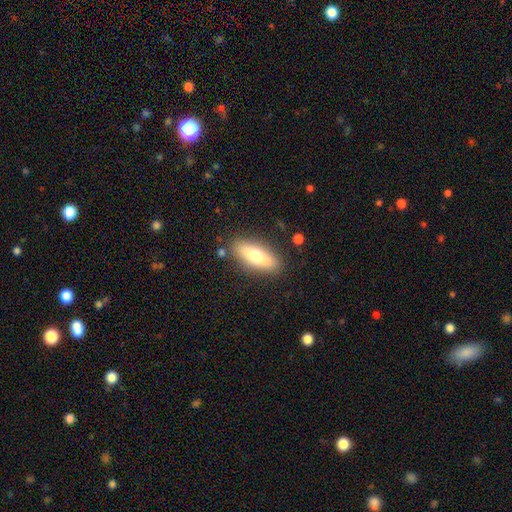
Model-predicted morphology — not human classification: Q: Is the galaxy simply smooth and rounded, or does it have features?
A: smooth — 61%.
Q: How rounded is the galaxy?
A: in between — 64%.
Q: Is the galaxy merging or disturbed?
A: none — 84%.